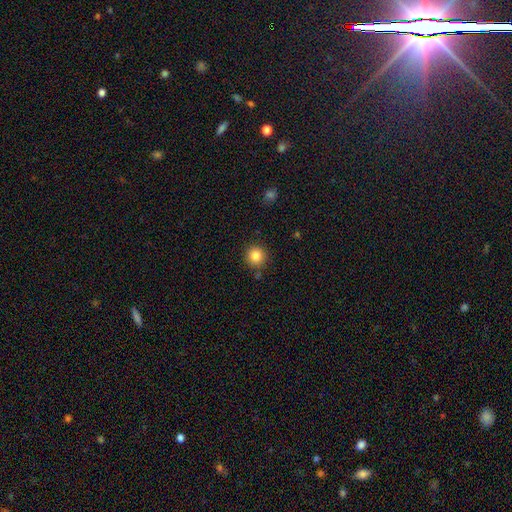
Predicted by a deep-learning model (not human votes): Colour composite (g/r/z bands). It shows a smooth galaxy with no disk features (83%) that is round (94%). Merging: none (88%).